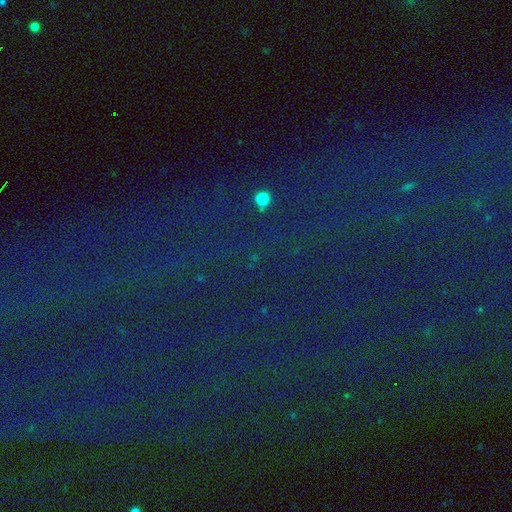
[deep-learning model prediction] star or artifact 80%, smooth 11%, featured or disk 9%.